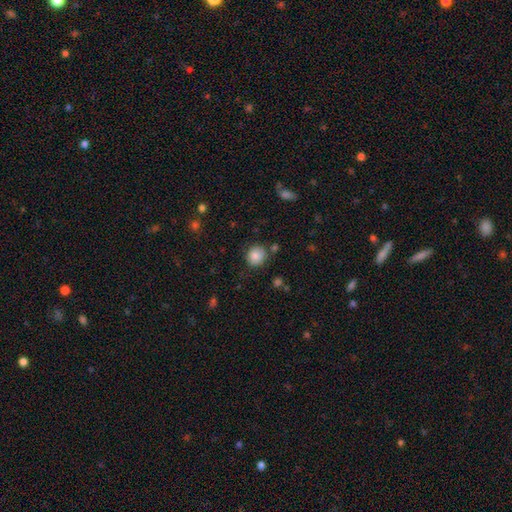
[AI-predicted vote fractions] Smooth or featured: smooth — 84% (star or artifact — 10%)
How rounded: round — 86% (in between — 13%)
Merging: none — 82% (minor disturbance — 11%)